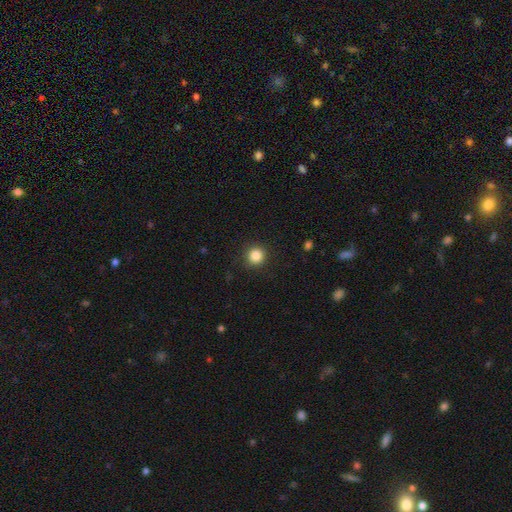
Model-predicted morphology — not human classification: This is clearly a smooth galaxy (85%). How rounded: clearly round (94%). Merging: clearly none (91%).